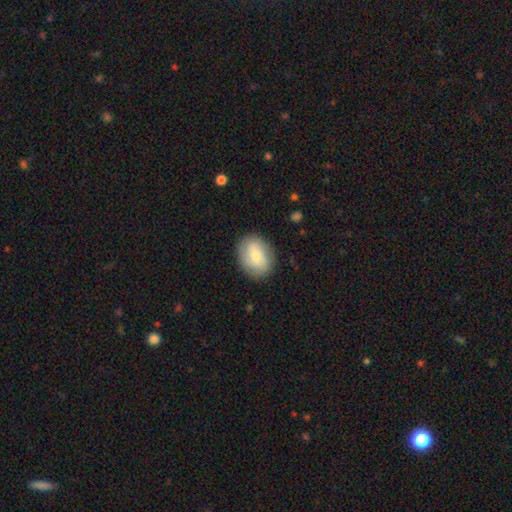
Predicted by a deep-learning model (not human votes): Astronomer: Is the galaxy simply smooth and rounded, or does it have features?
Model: smooth — 66%.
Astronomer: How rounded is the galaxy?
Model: in between — 68%.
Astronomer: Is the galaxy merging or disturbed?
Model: none — 84%.